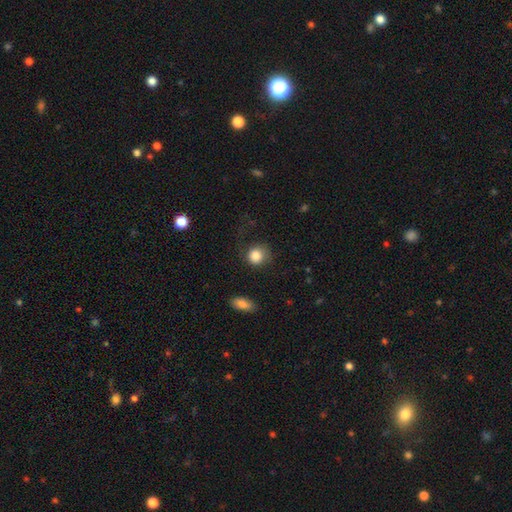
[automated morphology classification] This is clearly a smooth galaxy (84%). How rounded: clearly round (84%). Merging: likely none (62%).